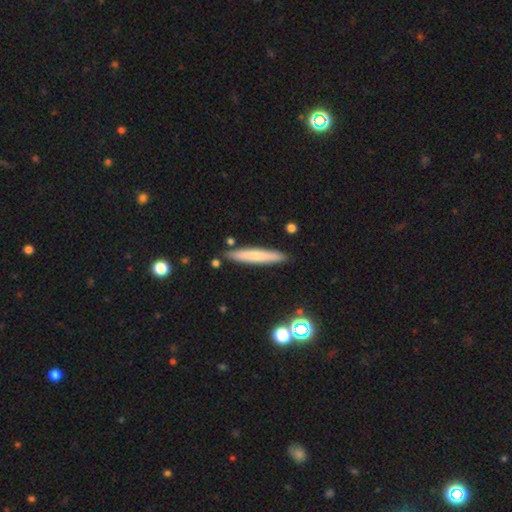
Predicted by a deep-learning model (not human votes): smooth_or_featured: smooth (p=0.69) [alt: featured or disk p=0.24]
how_rounded: cigar-shaped (p=0.94) [alt: in between p=0.05]
merging: none (p=0.89) [alt: minor disturbance p=0.08]